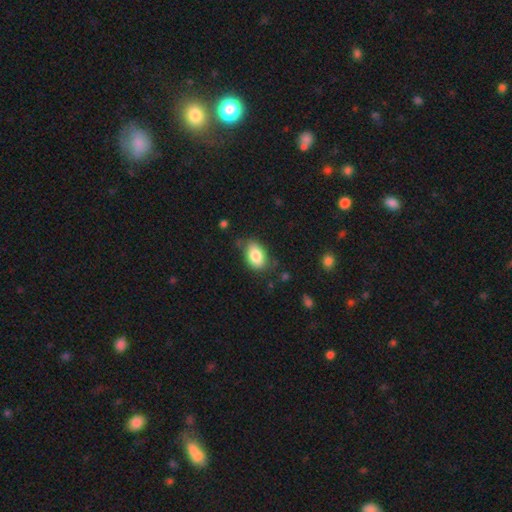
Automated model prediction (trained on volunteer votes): Smooth or featured?
  - smooth: 84% *
  - featured or disk: 8%
  - star or artifact: 7%
How rounded?
  - in between: 89% *
  - round: 10%
  - cigar-shaped: 1%
Merging?
  - none: 72% *
  - minor disturbance: 21%
  - major disturbance: 5%
  - merger: 2%